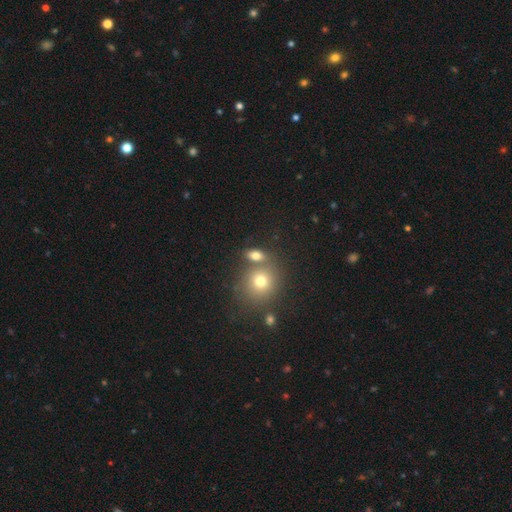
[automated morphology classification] Overall: smooth (74%). How rounded: in between (66%; round 30%). Merging: none (57%; merger 28%).